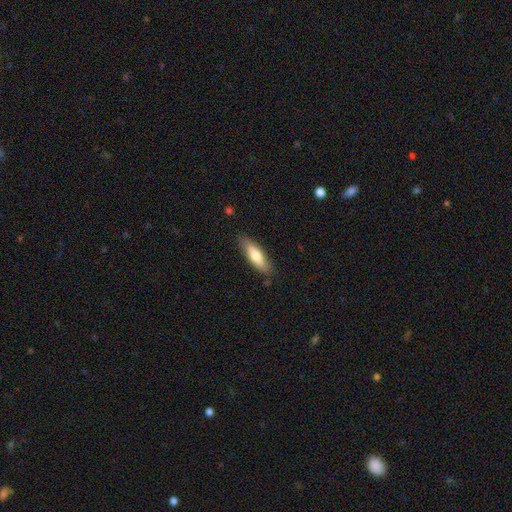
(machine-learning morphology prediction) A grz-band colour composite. It shows a smooth galaxy with no disk features (72%) that is cigar-shaped (51%). Merging: none (84%).